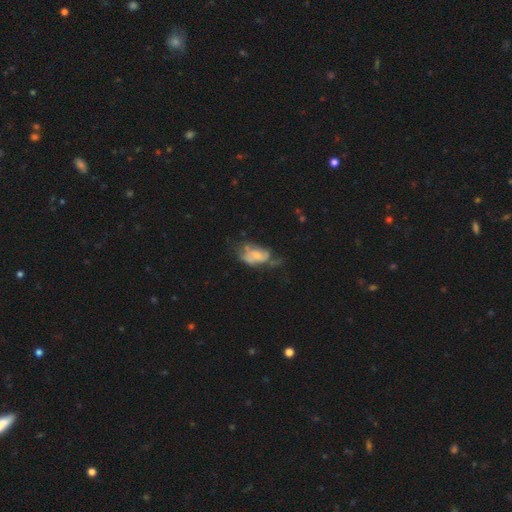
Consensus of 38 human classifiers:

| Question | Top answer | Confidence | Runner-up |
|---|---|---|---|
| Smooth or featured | featured or disk | 50% | smooth (42%) |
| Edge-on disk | no | 100% | — |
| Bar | no | 74% | weak (16%) |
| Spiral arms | yes | 63% | no (37%) |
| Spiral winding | tight | 42% | medium (33%) |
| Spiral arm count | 2 | 50% | can't tell (33%) |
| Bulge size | small | 47% | moderate (26%) |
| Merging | none | 29% | tied: major disturbance (29%) |